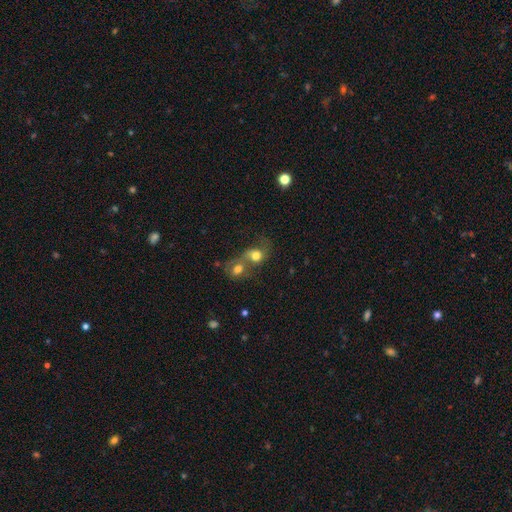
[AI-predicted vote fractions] The model was most divided on "how rounded": round: 61%, in between: 38%, cigar-shaped: 2%. More confident: merging — merger (72%); smooth or featured — smooth (64%).